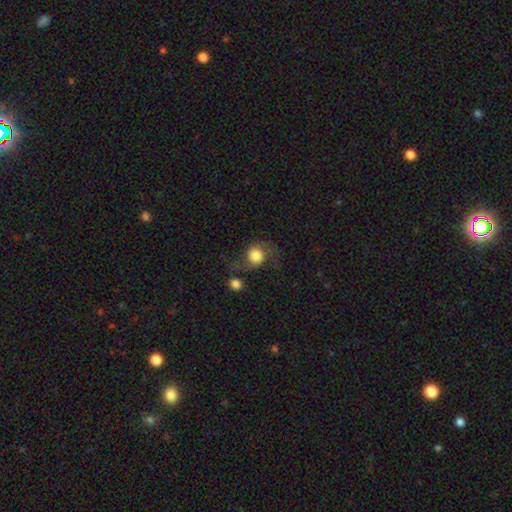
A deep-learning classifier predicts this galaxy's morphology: smooth 61%, featured or disk 31%, star or artifact 9%. Down the decision tree: how rounded — round (76%); merging — none (45%).